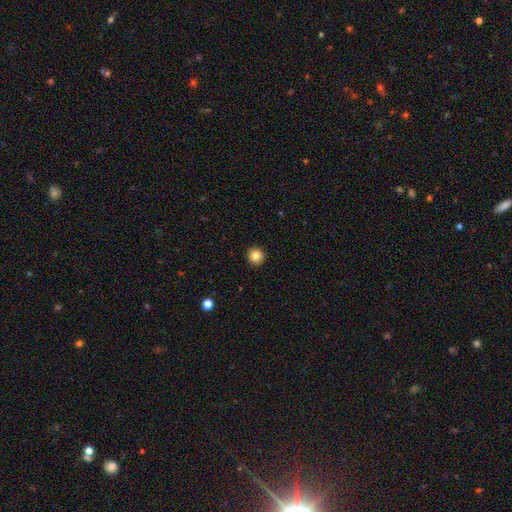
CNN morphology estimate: Smooth or featured? smooth (83%)
How rounded? round (95%)
Merging? none (93%)